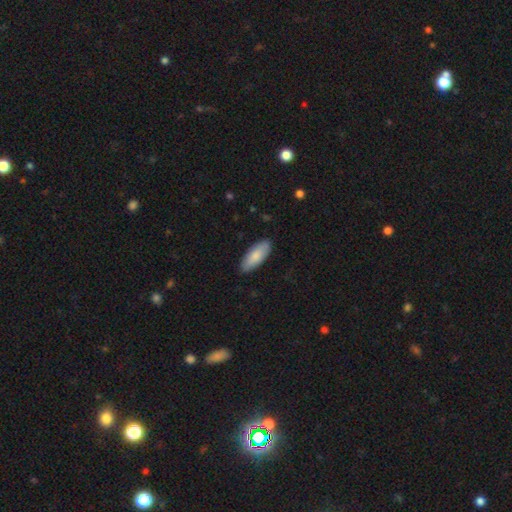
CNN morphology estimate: Smooth or featured? smooth (83%)
How rounded? in between (79%)
Merging? none (87%)